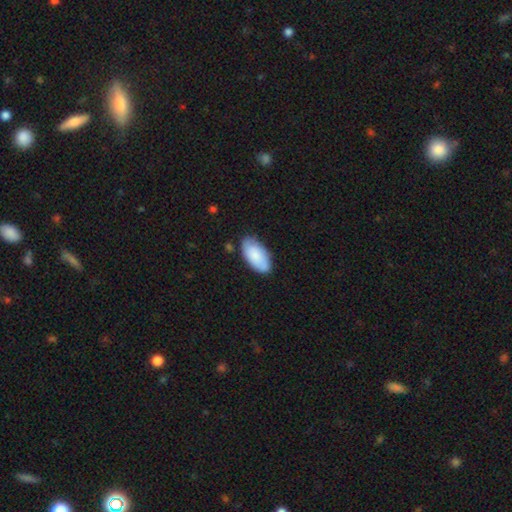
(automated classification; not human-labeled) smooth-or-featured: smooth: 83% | featured or disk: 11% | star or artifact: 6%
  how-rounded: in between: 95% | cigar-shaped: 3% | round: 2%
  merging: none: 76% | minor disturbance: 19% | major disturbance: 3% | merger: 2%